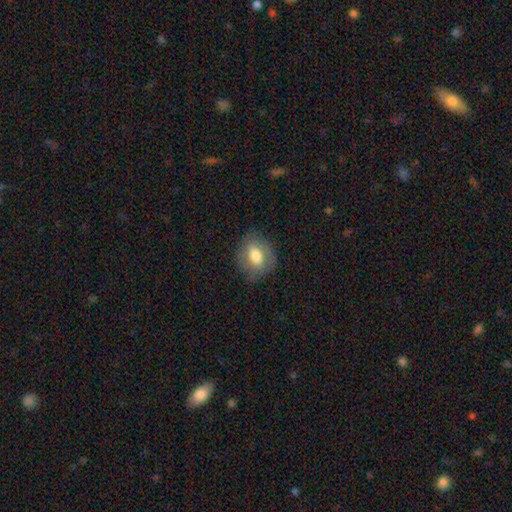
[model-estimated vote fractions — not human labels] A smooth galaxy with no disk features (66%) that is in between round and cigar-shaped (54%).

Vote fractions:
- Smooth or featured? smooth: 66% / featured or disk: 27% / star or artifact: 8%
- How rounded? in between: 54% / round: 44% / cigar-shaped: 2%
- Merging? none: 76% / minor disturbance: 17% / major disturbance: 6% / merger: 1%